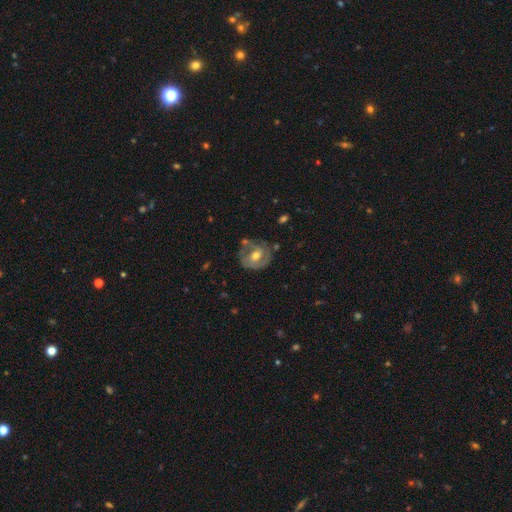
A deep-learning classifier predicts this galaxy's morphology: smooth_or_featured: featured or disk (p=0.73) [alt: smooth p=0.20]
disk_edge_on: no (p=0.97) [alt: yes p=0.03]
bar: no (p=0.50) [alt: weak p=0.38]
has_spiral_arms: yes (p=0.83) [alt: no p=0.17]
spiral_winding: tight (p=0.47) [alt: medium p=0.40]
spiral_arm_count: 2 (p=0.55) [alt: can't tell p=0.21]
bulge_size: moderate (p=0.71) [alt: small p=0.22]
merging: none (p=0.59) [alt: minor disturbance p=0.23]